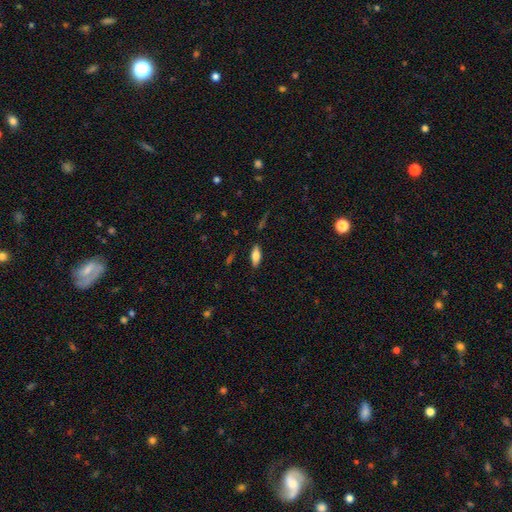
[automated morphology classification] smooth-or-featured: smooth: 72% | featured or disk: 21% | star or artifact: 7%
  how-rounded: in between: 78% | cigar-shaped: 20% | round: 2%
  merging: none: 86% | minor disturbance: 10% | major disturbance: 2% | merger: 1%